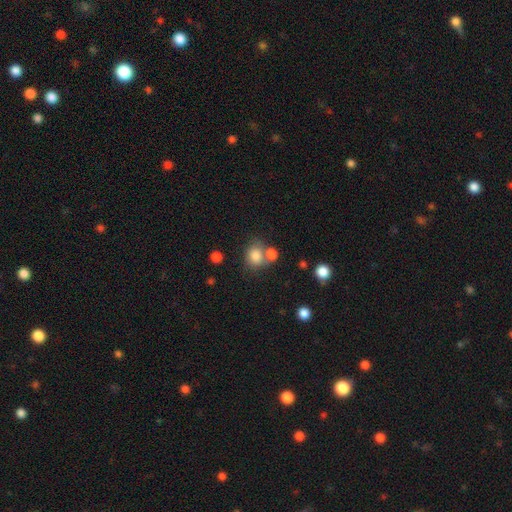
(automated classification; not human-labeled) Smooth or featured: smooth — 82% (star or artifact — 10%)
How rounded: round — 59% (in between — 40%)
Merging: none — 46% (merger — 37%)